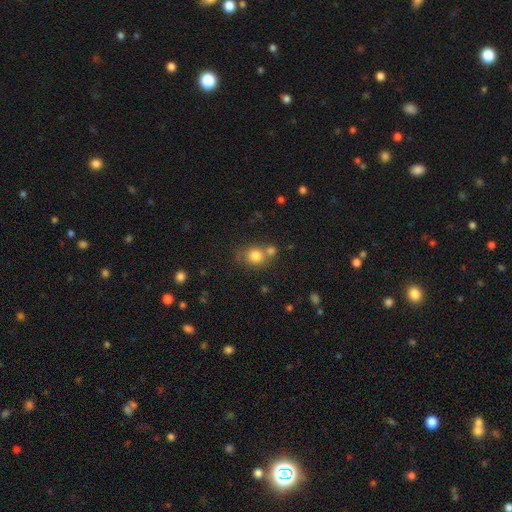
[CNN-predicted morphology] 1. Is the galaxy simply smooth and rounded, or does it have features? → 80% smooth, 11% star or artifact, 9% featured or disk.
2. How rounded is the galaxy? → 73% round, 26% in between, 1% cigar-shaped.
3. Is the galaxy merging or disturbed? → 52% none, 31% merger, 12% minor disturbance, 5% major disturbance.